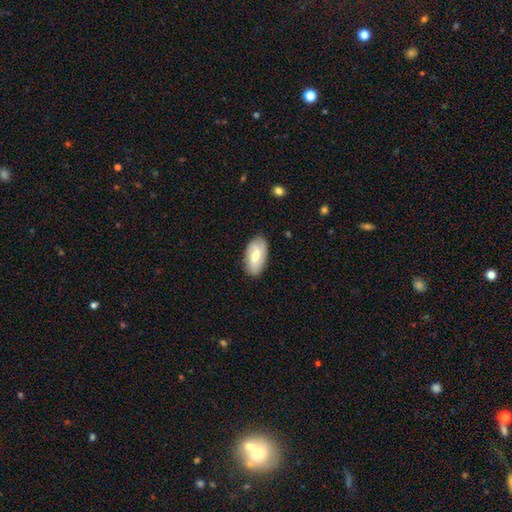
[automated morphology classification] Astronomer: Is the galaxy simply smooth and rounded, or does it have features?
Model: smooth — 50% (runner-up: featured or disk, 44%).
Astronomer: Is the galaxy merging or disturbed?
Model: none — 83%.